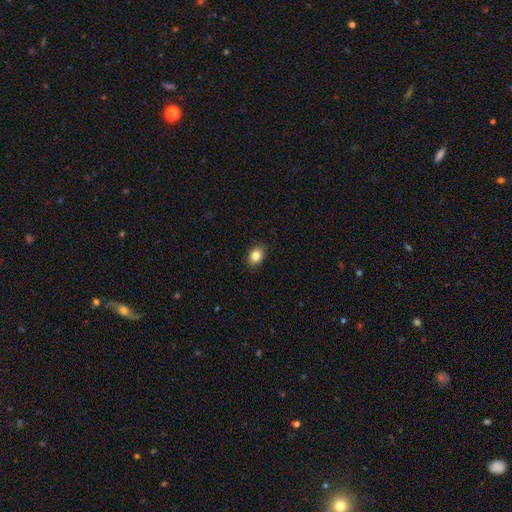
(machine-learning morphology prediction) Smooth or featured: smooth — 84% (star or artifact — 9%)
How rounded: in between — 67% (round — 32%)
Merging: none — 89% (minor disturbance — 8%)